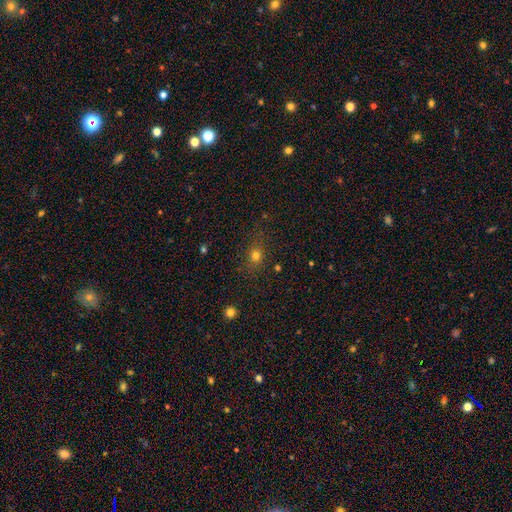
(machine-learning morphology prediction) Smooth or featured: smooth — 73% (star or artifact — 18%)
How rounded: round — 63% (in between — 35%)
Merging: none — 80% (minor disturbance — 13%)